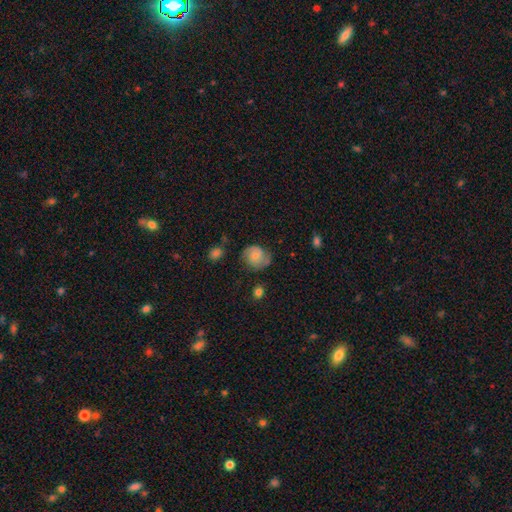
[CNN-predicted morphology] A featured or disk galaxy (48%).

Vote fractions:
- Smooth or featured? featured or disk: 48% / smooth: 44% / star or artifact: 9%
- Merging? none: 63% / minor disturbance: 25% / major disturbance: 9% / merger: 3%